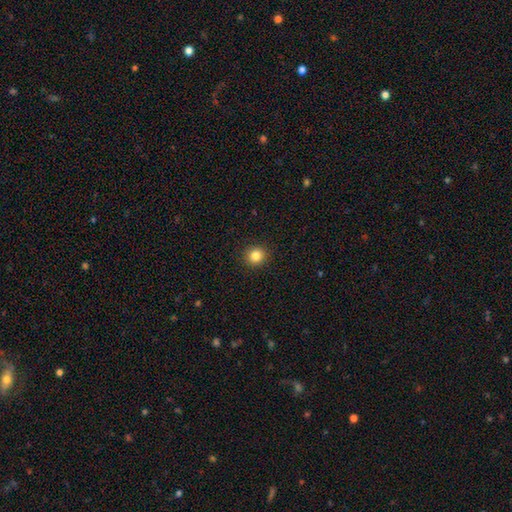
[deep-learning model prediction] smooth-or-featured: smooth: 84% | star or artifact: 11% | featured or disk: 5%
  how-rounded: round: 91% | in between: 8% | cigar-shaped: 1%
  merging: none: 92% | minor disturbance: 5% | major disturbance: 2% | merger: 1%